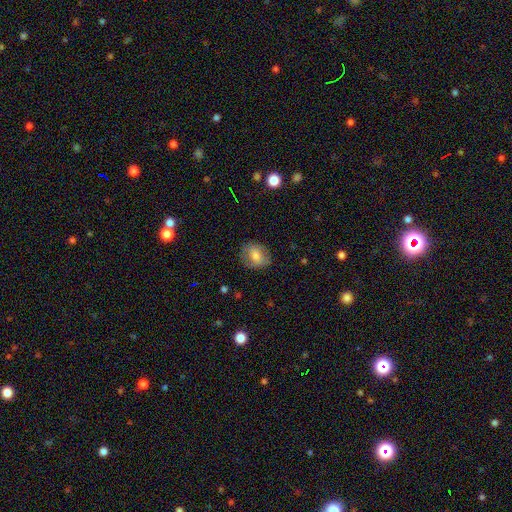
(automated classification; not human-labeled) This is likely a smooth galaxy (71%). How rounded: possibly round (52%). Merging: likely none (77%).